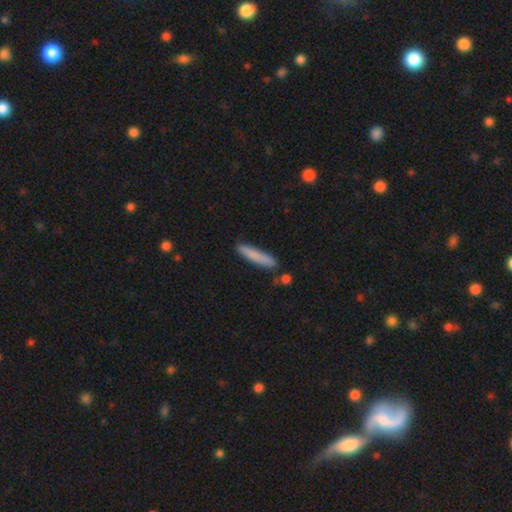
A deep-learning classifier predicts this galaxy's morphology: This appears to be a smooth galaxy with no disk features (81%) that is cigar-shaped (91%). Merging: none (81%).